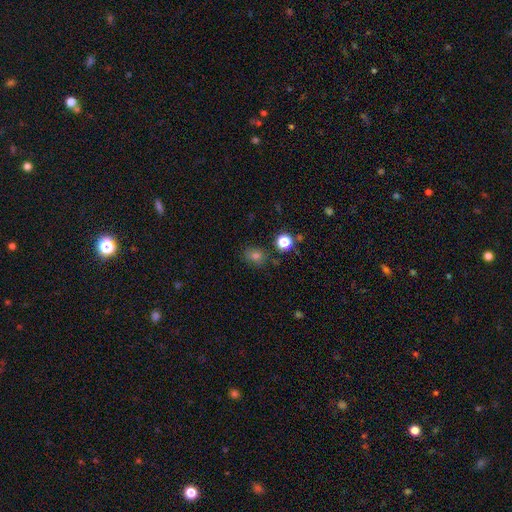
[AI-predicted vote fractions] Overall: smooth (75%). How rounded: round (67%; in between 32%). Merging: none (79%).